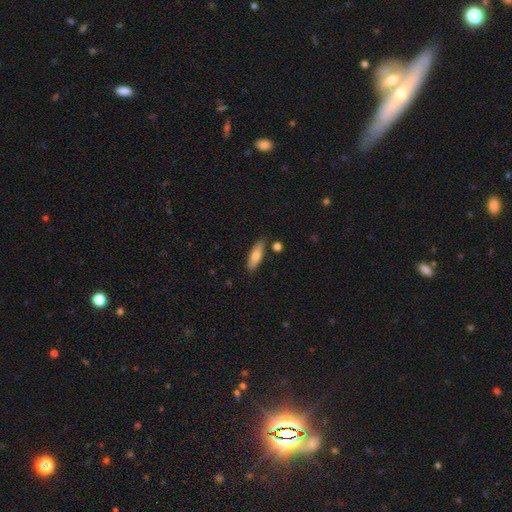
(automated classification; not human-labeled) Overall: smooth (71%). How rounded: cigar-shaped (59%; in between 39%). Merging: none (83%).